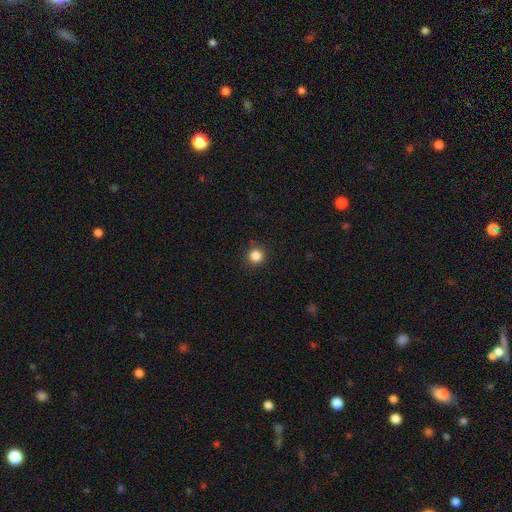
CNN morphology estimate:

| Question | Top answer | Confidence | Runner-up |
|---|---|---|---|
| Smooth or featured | smooth | 85% | star or artifact (12%) |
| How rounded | round | 94% | in between (5%) |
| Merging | none | 91% | minor disturbance (6%) |